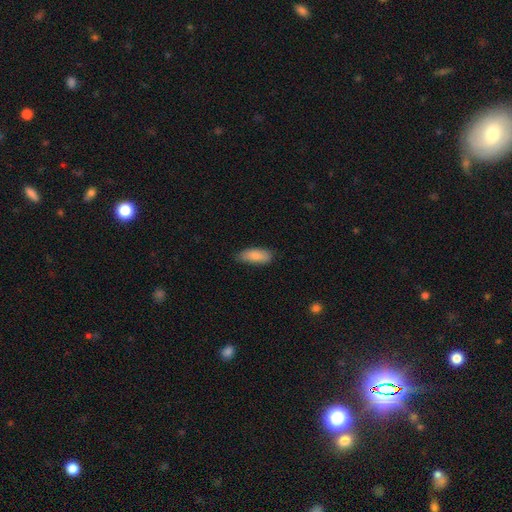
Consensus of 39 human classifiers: A smooth galaxy with no disk features (95%) that is in between round and cigar-shaped (78%).

Vote fractions:
- Smooth or featured? smooth: 95% / featured or disk: 5% / star or artifact: 0%
- How rounded? in between: 78% / cigar-shaped: 22% / round: 0%
- Merging? none: 77% / minor disturbance: 18% / major disturbance: 5% / merger: 0%